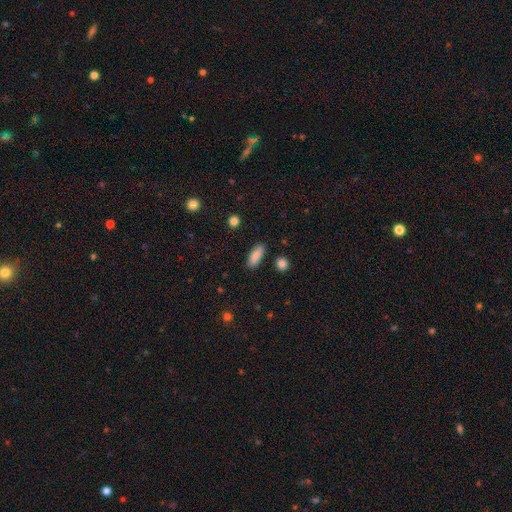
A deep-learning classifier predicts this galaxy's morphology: smooth_or_featured: smooth (p=0.85) [alt: featured or disk p=0.08]
how_rounded: in between (p=0.71) [alt: cigar-shaped p=0.26]
merging: none (p=0.85) [alt: minor disturbance p=0.11]